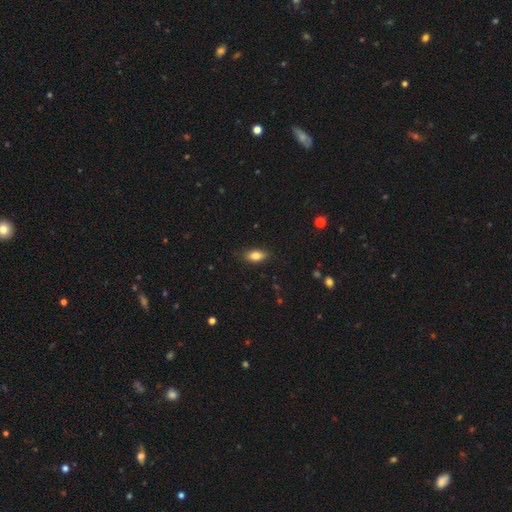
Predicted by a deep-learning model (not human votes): A smooth galaxy with no disk features (79%) that is in between round and cigar-shaped (85%). Merging: none (84%).